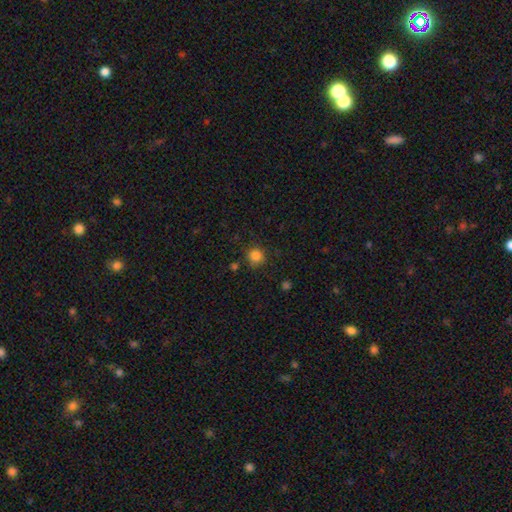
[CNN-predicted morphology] This is clearly a smooth galaxy (84%). How rounded: clearly round (91%). Merging: clearly none (82%).